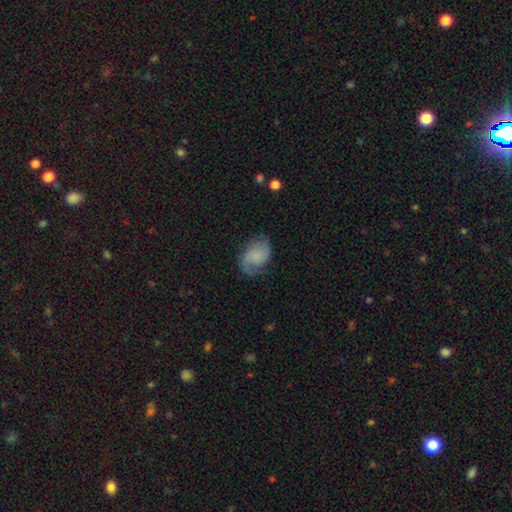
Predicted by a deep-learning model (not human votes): smooth_or_featured: featured or disk (p=0.50) [alt: smooth p=0.41]
merging: none (p=0.67) [alt: minor disturbance p=0.22]